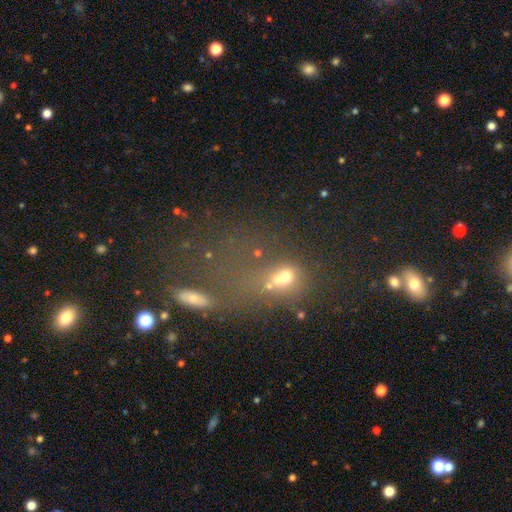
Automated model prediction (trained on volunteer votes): Morphology: type=smooth (40%); merging=merger (35%).